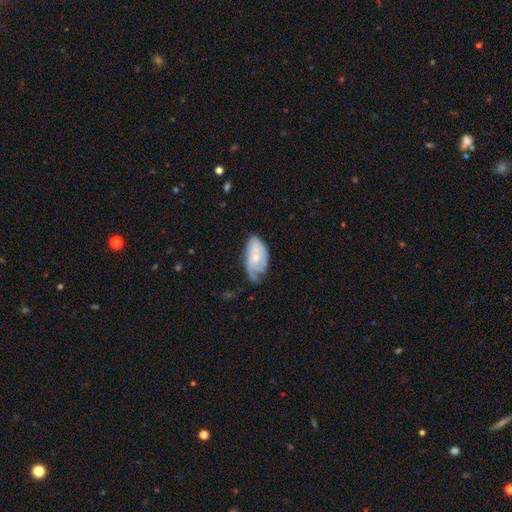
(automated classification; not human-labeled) Q: Smooth or featured?
A: featured or disk (60%); runner-up: smooth (34%)
Q: Edge-on disk?
A: no (95%); runner-up: yes (5%)
Q: Bar?
A: no (75%); runner-up: weak (21%)
Q: Spiral arms?
A: yes (79%); runner-up: no (21%)
Q: Bulge size?
A: small (57%); runner-up: moderate (35%)
Q: Merging?
A: none (38%); runner-up: minor disturbance (36%)